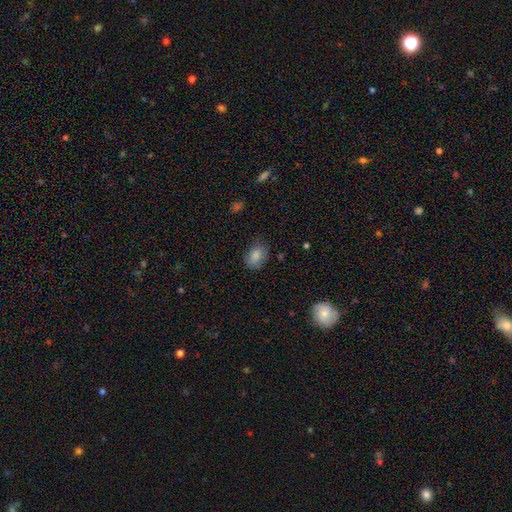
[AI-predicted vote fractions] Smooth or featured? smooth (84%)
How rounded? in between (77%)
Merging? none (74%)